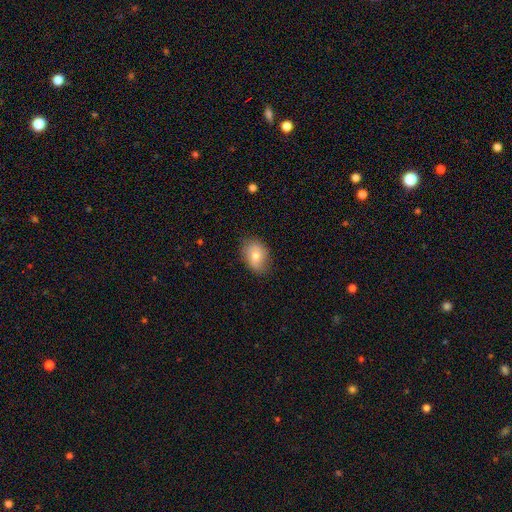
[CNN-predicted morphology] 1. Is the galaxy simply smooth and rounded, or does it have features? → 70% smooth, 22% featured or disk, 8% star or artifact.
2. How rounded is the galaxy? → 73% in between, 26% round, 1% cigar-shaped.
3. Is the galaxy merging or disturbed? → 74% none, 20% minor disturbance, 4% major disturbance, 1% merger.